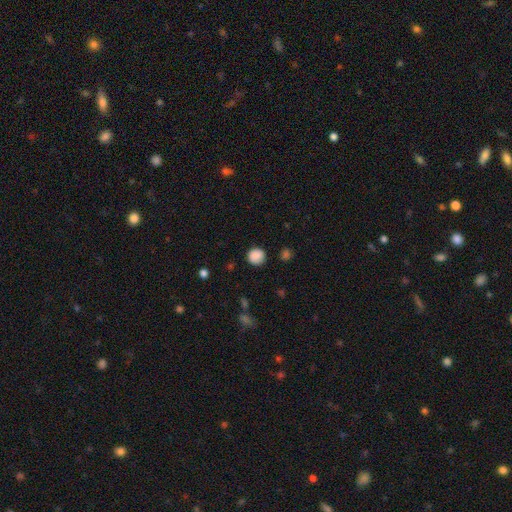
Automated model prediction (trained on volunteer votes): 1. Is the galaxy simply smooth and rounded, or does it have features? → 87% smooth, 9% star or artifact, 4% featured or disk.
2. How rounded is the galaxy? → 88% round, 11% in between, 1% cigar-shaped.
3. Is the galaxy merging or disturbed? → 83% none, 12% minor disturbance, 3% major disturbance, 2% merger.